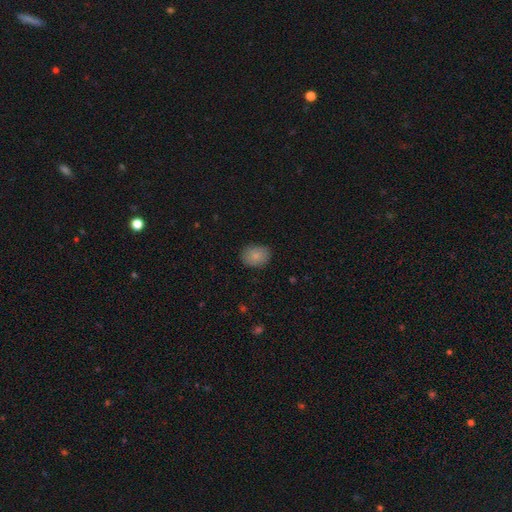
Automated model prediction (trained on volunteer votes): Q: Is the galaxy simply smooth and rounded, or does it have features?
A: smooth — 83%.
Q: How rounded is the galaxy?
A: in between — 62%.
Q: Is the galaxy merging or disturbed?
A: none — 83%.